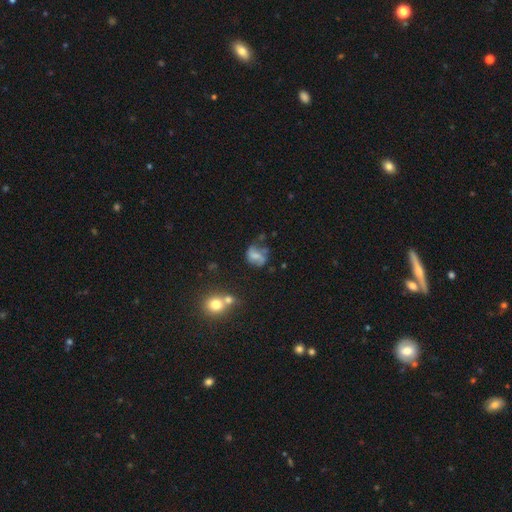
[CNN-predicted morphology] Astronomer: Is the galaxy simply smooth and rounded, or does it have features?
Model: featured or disk — 51% (runner-up: smooth, 38%).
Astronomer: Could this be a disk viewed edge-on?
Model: no — 97%.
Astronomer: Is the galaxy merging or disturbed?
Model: none — 46% (runner-up: minor disturbance, 27%).